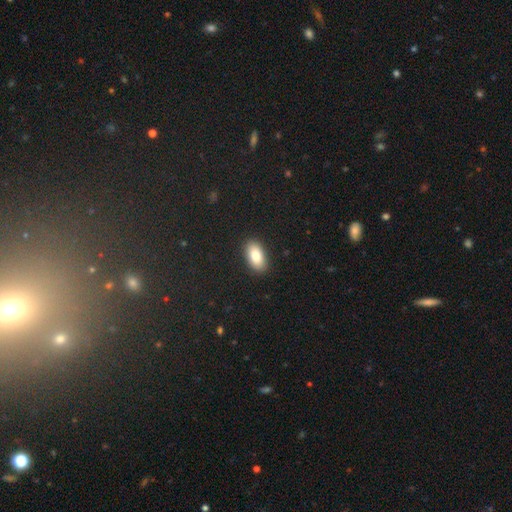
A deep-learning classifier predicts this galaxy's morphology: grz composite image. It shows a smooth galaxy with no disk features (83%) that is in between round and cigar-shaped (93%). Merging: none (89%).